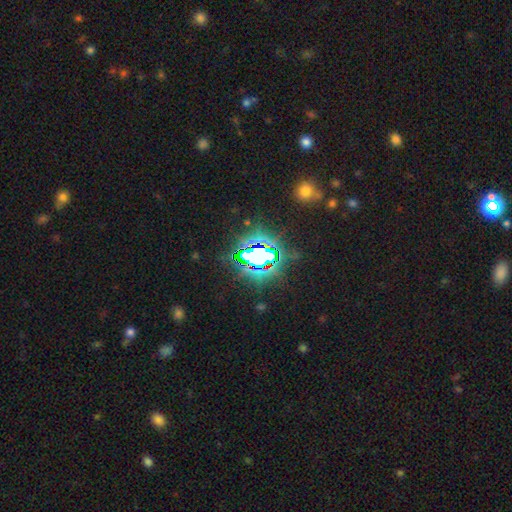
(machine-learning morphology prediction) A star or artifact, not a galaxy (76%).

Vote fractions:
- Smooth or featured? star or artifact: 76% / smooth: 13% / featured or disk: 11%